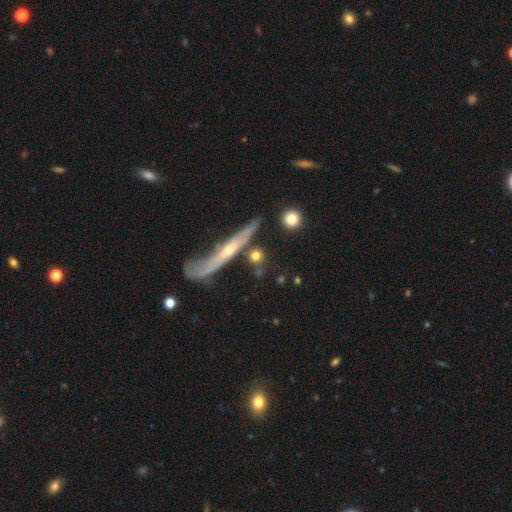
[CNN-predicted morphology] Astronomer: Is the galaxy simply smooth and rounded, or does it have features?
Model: smooth — 60%.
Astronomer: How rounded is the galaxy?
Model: round — 64%.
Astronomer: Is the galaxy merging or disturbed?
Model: none — 71%.